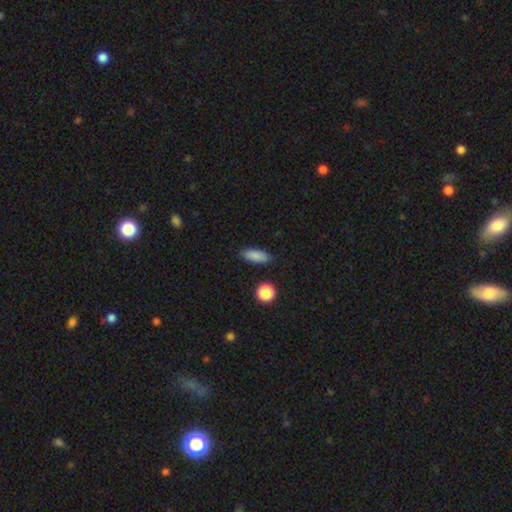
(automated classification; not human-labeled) Smooth or featured?
  - smooth: 85% *
  - star or artifact: 9%
  - featured or disk: 6%
How rounded?
  - in between: 62% *
  - cigar-shaped: 34%
  - round: 4%
Merging?
  - none: 86% *
  - minor disturbance: 9%
  - major disturbance: 2%
  - merger: 2%